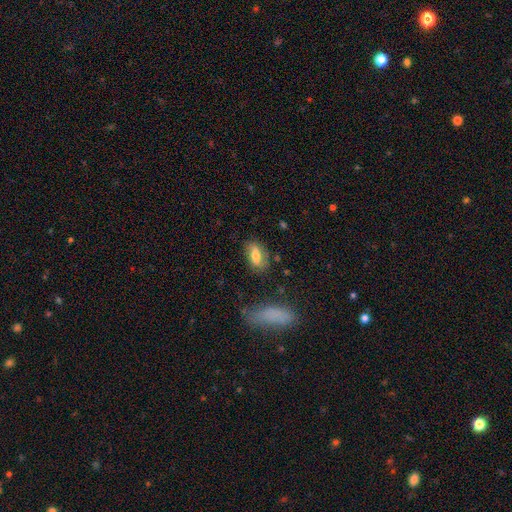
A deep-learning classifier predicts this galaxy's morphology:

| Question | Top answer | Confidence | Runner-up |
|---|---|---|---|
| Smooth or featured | smooth | 68% | featured or disk (24%) |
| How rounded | in between | 81% | cigar-shaped (14%) |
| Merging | none | 71% | minor disturbance (19%) |